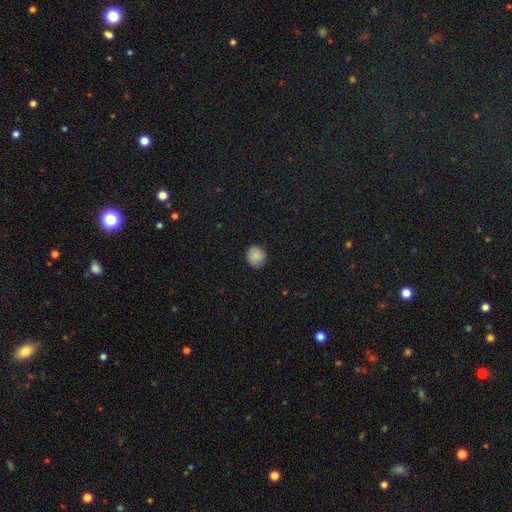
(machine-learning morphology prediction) Smooth or featured?
  - smooth: 88% *
  - star or artifact: 8%
  - featured or disk: 4%
How rounded?
  - round: 87% *
  - in between: 12%
  - cigar-shaped: 1%
Merging?
  - none: 89% *
  - minor disturbance: 8%
  - major disturbance: 2%
  - merger: 1%